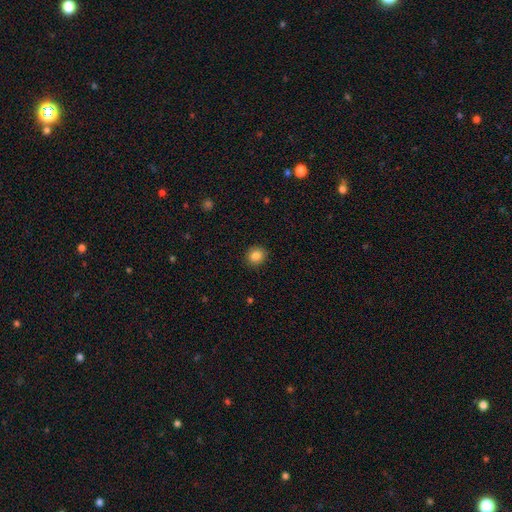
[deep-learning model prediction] smooth_or_featured: smooth (p=0.86) [alt: star or artifact p=0.10]
how_rounded: round (p=0.75) [alt: in between p=0.24]
merging: none (p=0.90) [alt: minor disturbance p=0.07]